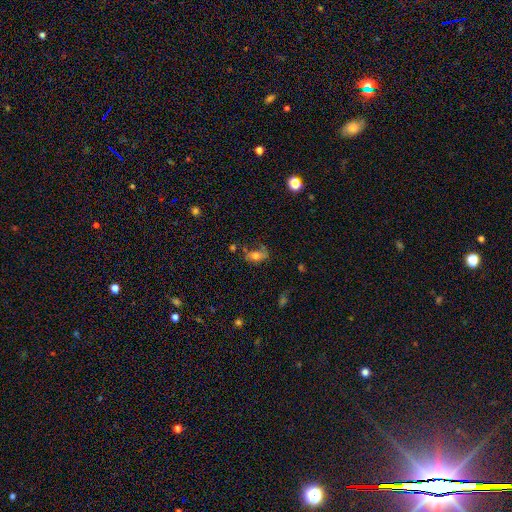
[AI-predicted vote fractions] This appears to be a smooth galaxy with no disk features (64%) that is in between round and cigar-shaped (84%). Merging: none (46%).